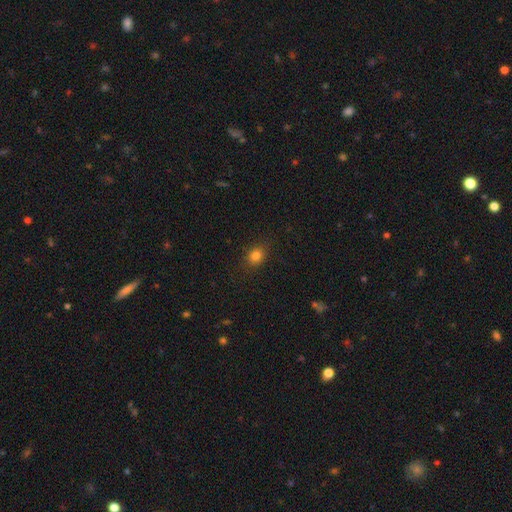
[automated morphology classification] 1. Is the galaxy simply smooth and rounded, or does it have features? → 80% smooth, 14% star or artifact, 5% featured or disk.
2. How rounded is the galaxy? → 54% round, 44% in between, 1% cigar-shaped.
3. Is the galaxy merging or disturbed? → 85% none, 11% minor disturbance, 3% major disturbance, 1% merger.